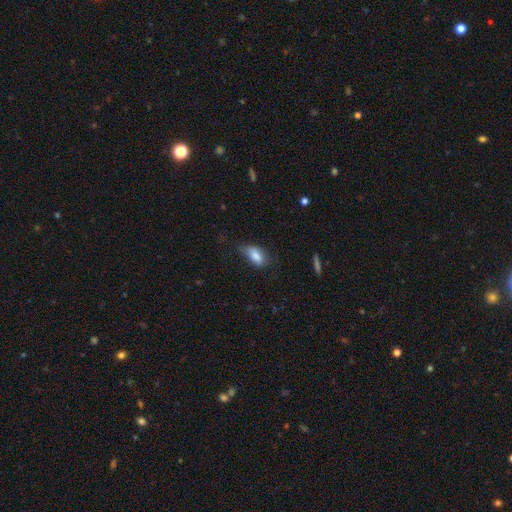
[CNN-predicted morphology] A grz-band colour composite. It shows a smooth galaxy with no disk features (80%) that is in between round and cigar-shaped (89%). Merging: none (46%).